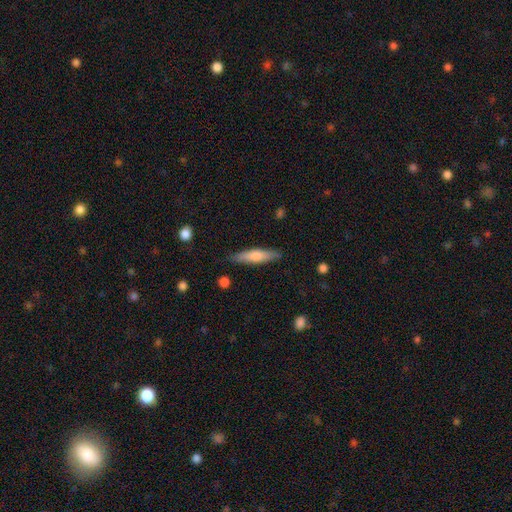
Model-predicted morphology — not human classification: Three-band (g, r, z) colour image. It shows a smooth galaxy with no disk features (59%) that is cigar-shaped (82%). Merging: none (87%).